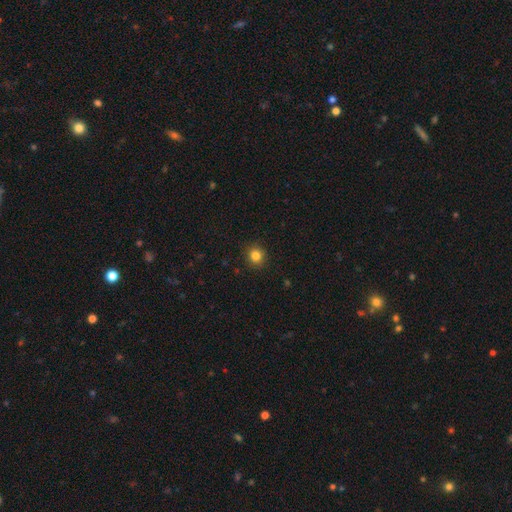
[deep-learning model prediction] Smooth or featured: smooth — 83% (star or artifact — 12%)
How rounded: round — 90% (in between — 9%)
Merging: none — 91% (minor disturbance — 6%)